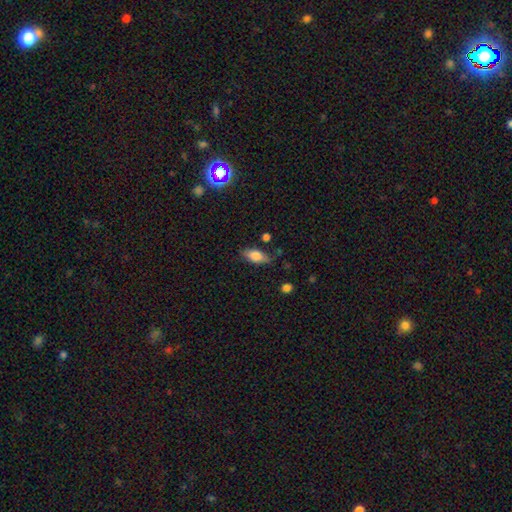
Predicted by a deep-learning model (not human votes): This is likely a smooth galaxy (75%). How rounded: clearly in between (84%). Merging: likely none (69%).